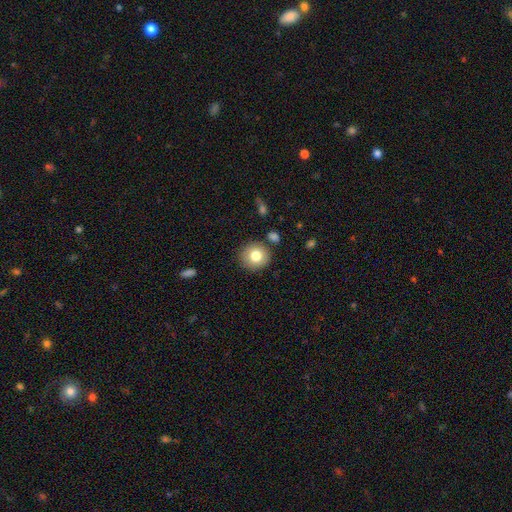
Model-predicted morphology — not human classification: Smooth or featured? smooth (78%)
How rounded? round (90%)
Merging? none (86%)